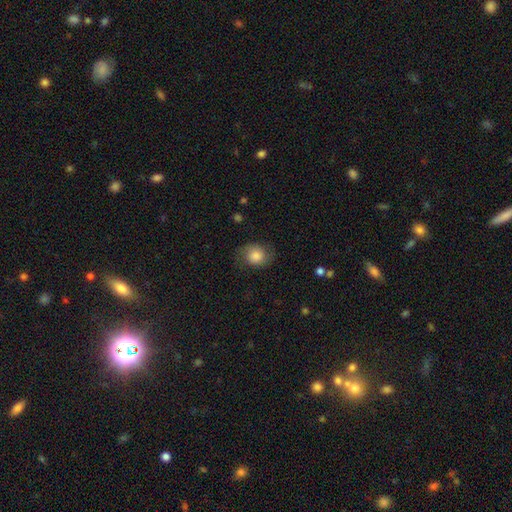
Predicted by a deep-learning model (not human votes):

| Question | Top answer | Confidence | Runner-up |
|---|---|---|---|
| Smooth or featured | smooth | 77% | featured or disk (15%) |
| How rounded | round | 61% | in between (38%) |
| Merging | none | 70% | minor disturbance (21%) |